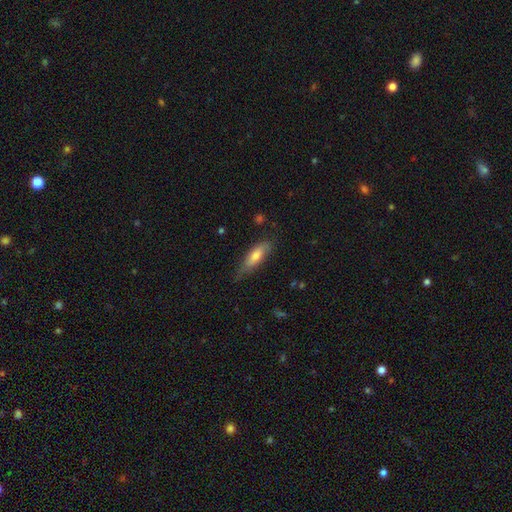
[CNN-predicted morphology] The model was most divided on "how rounded": in between: 50%, cigar-shaped: 48%, round: 2%. More confident: smooth or featured — smooth (64%); merging — none (63%).